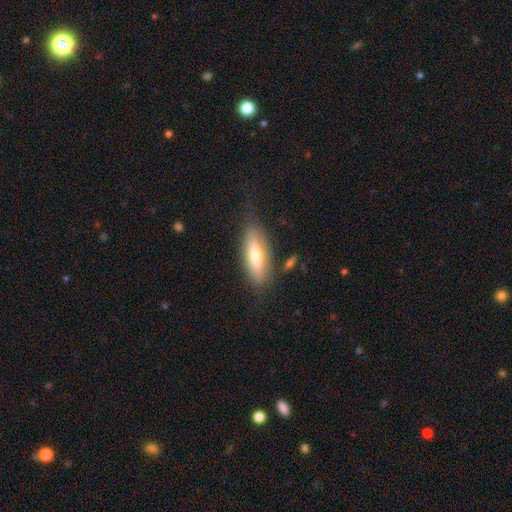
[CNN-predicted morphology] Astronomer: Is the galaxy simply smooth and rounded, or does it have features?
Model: smooth — 60%.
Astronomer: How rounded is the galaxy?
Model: in between — 60% (runner-up: cigar-shaped, 38%).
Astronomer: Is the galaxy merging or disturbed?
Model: none — 72%.